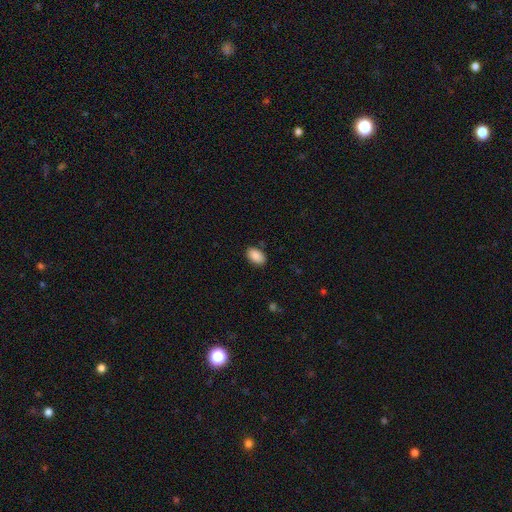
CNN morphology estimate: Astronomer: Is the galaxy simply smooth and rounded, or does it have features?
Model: smooth — 88%.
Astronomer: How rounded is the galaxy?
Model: in between — 91%.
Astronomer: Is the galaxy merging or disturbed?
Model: none — 85%.